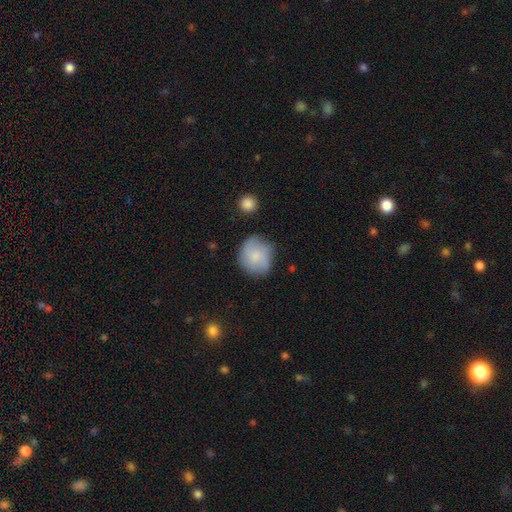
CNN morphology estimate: A smooth galaxy with no disk features (65%) that is round (83%). Merging: none (70%).